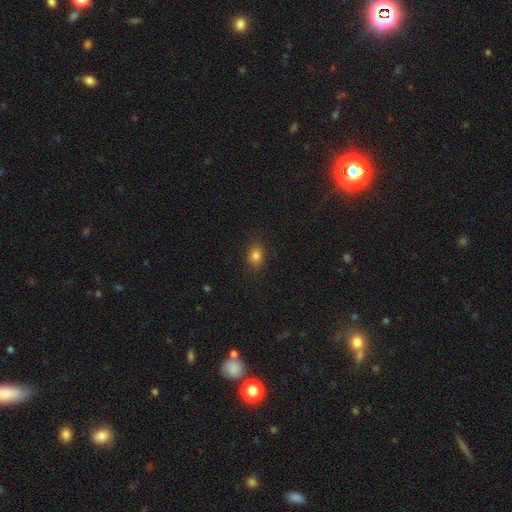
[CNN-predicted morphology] This appears to be a smooth galaxy with no disk features (81%) that is in between round and cigar-shaped (62%). Merging: none (84%).